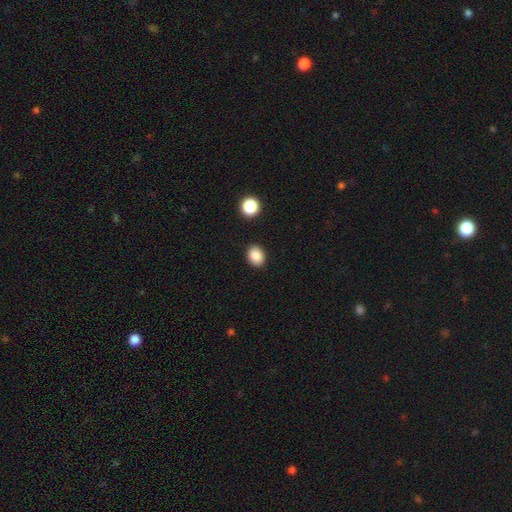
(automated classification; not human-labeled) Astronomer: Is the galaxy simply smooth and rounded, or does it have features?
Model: smooth — 87%.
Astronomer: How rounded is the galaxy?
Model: in between — 54% (runner-up: round, 45%).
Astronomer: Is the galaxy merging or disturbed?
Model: none — 88%.